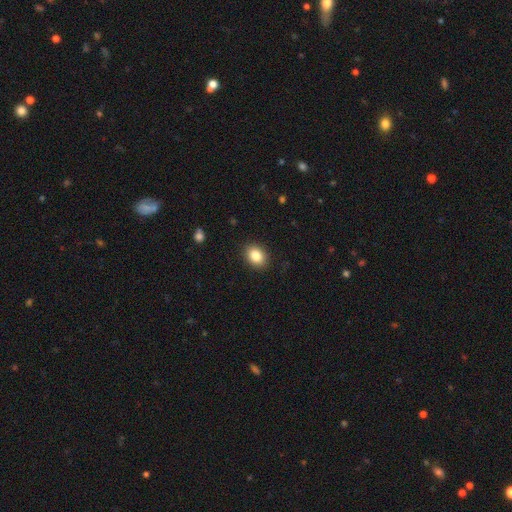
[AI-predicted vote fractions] A smooth galaxy with no disk features (85%) that is in between round and cigar-shaped (63%).

Vote fractions:
- Smooth or featured? smooth: 85% / star or artifact: 9% / featured or disk: 6%
- How rounded? in between: 63% / round: 36% / cigar-shaped: 1%
- Merging? none: 90% / minor disturbance: 7% / major disturbance: 2% / merger: 1%